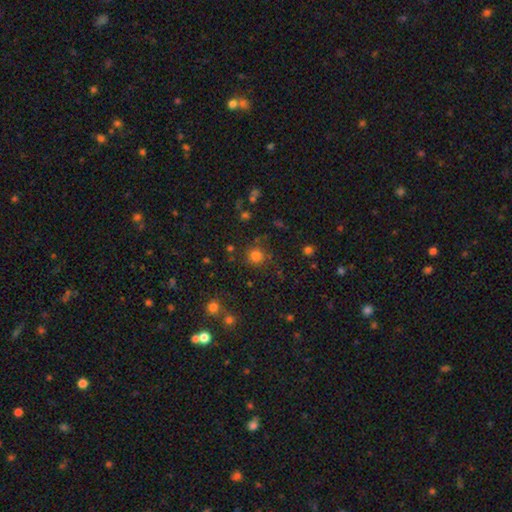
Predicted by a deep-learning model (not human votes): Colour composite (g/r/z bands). It shows a smooth galaxy with no disk features (79%) that is round (93%). Merging: none (82%).